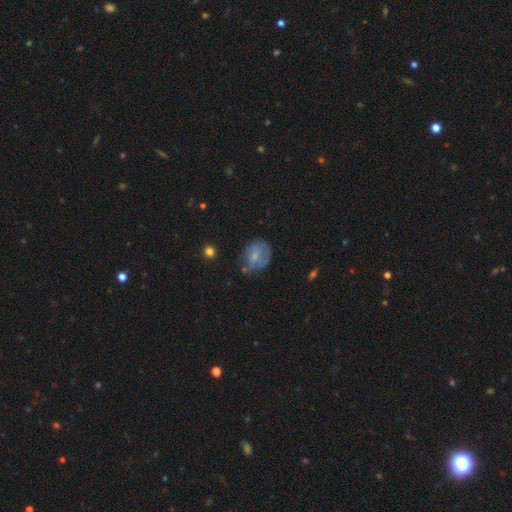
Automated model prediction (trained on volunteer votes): smooth-or-featured: smooth: 51% | featured or disk: 40% | star or artifact: 9%
  how-rounded: in between: 49% (tied) | round: 49% (tied) | cigar-shaped: 1%
  merging: none: 48% | minor disturbance: 30% | major disturbance: 18% | merger: 5%